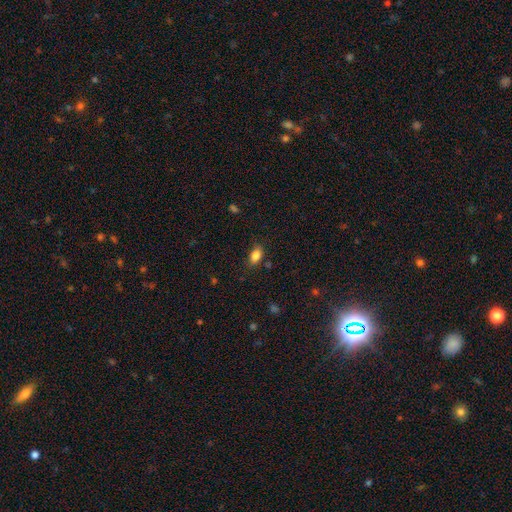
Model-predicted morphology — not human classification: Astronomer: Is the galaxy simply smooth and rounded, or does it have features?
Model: smooth — 85%.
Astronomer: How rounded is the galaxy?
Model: in between — 89%.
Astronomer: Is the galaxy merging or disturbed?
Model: none — 81%.